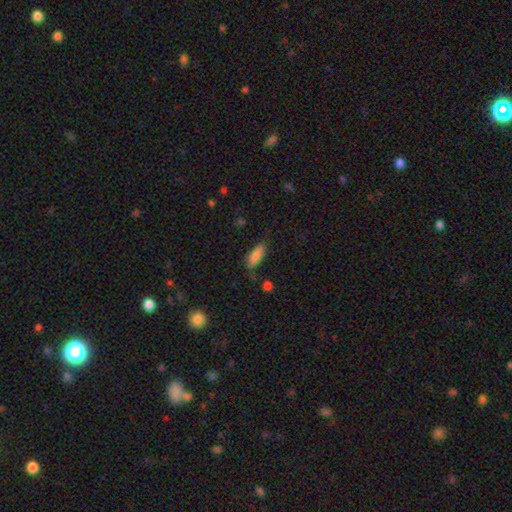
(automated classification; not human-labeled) A smooth galaxy with no disk features (82%) that is in between round and cigar-shaped (69%). Merging: none (75%).